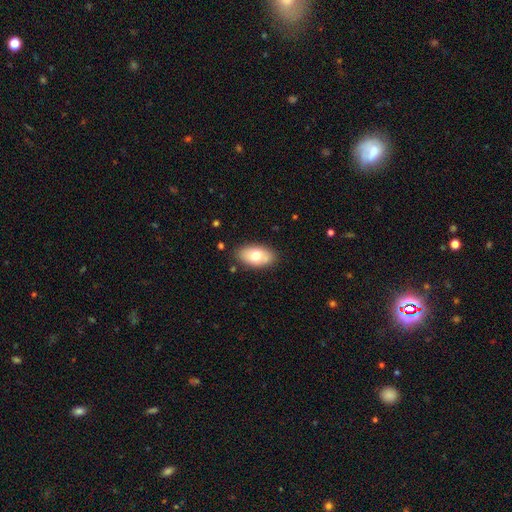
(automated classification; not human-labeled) Q: Smooth or featured?
A: smooth (71%); runner-up: featured or disk (22%)
Q: How rounded?
A: in between (93%); runner-up: round (5%)
Q: Merging?
A: none (83%); runner-up: minor disturbance (12%)